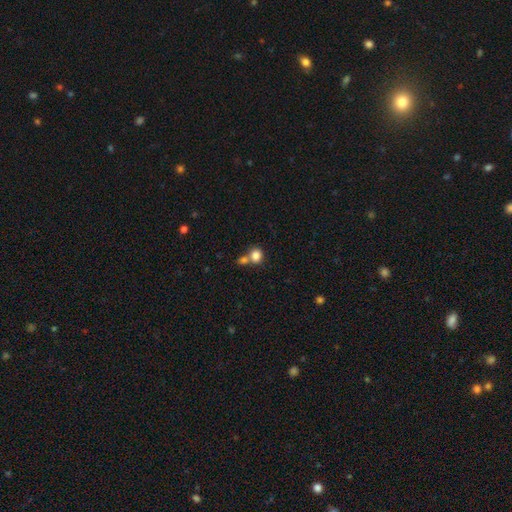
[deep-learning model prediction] Q: Smooth or featured?
A: smooth (84%); runner-up: star or artifact (10%)
Q: How rounded?
A: round (73%); runner-up: in between (26%)
Q: Merging?
A: none (48%); runner-up: merger (40%)